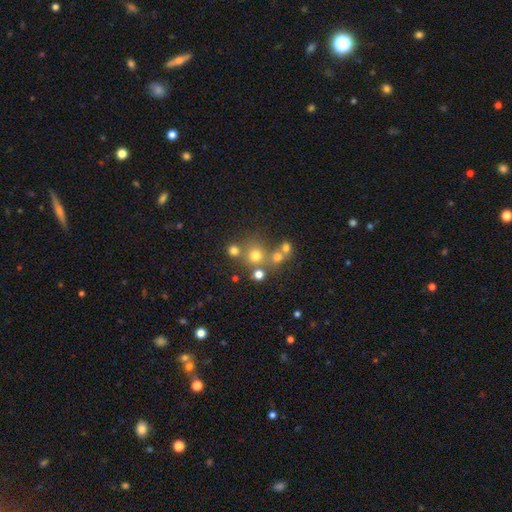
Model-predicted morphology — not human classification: smooth_or_featured: smooth (p=0.65) [alt: star or artifact p=0.22]
how_rounded: round (p=0.89) [alt: in between p=0.10]
merging: none (p=0.62) [alt: merger p=0.25]